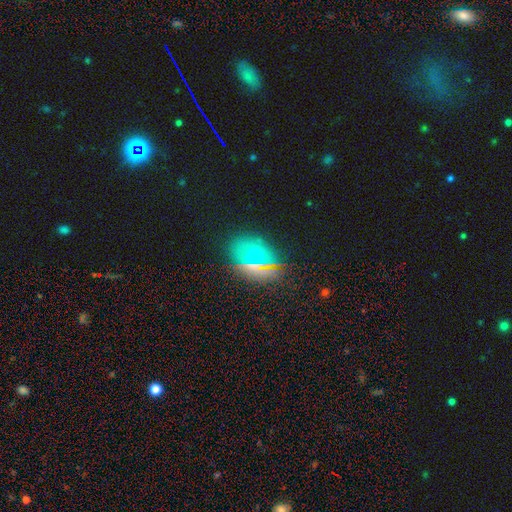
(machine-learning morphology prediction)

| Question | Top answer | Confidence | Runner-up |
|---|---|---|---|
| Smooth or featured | smooth | 61% | star or artifact (24%) |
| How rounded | in between | 60% | round (37%) |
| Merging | none | 78% | minor disturbance (13%) |